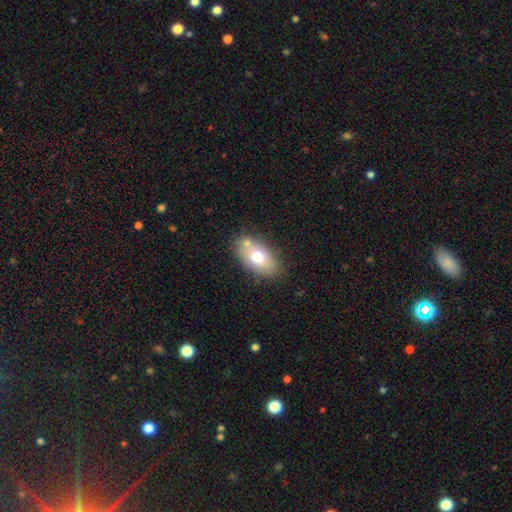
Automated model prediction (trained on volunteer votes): This appears to be a smooth galaxy with no disk features (67%) that is in between round and cigar-shaped (89%). Merging: none (74%).